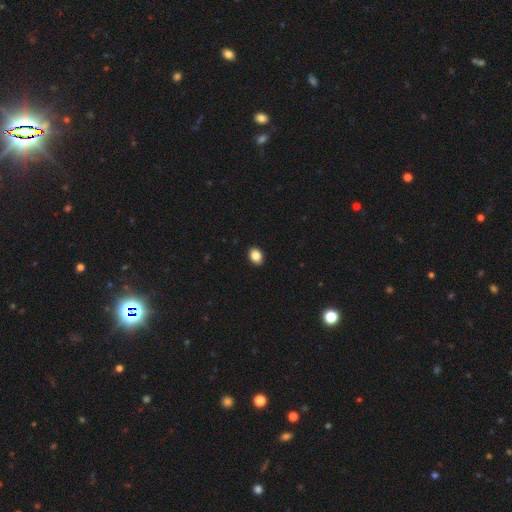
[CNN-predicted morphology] Smooth or featured?
  - smooth: 87% *
  - star or artifact: 9%
  - featured or disk: 5%
How rounded?
  - in between: 68% *
  - round: 31%
  - cigar-shaped: 1%
Merging?
  - none: 90% *
  - minor disturbance: 7%
  - major disturbance: 2%
  - merger: 1%